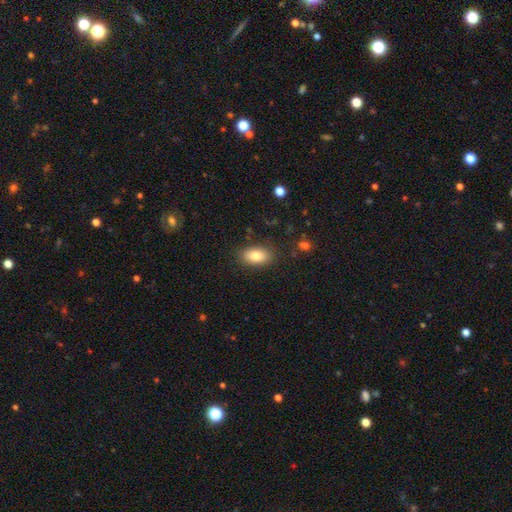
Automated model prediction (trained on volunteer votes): Q: Smooth or featured?
A: smooth (83%); runner-up: featured or disk (9%)
Q: How rounded?
A: in between (91%); runner-up: round (6%)
Q: Merging?
A: none (84%); runner-up: minor disturbance (11%)